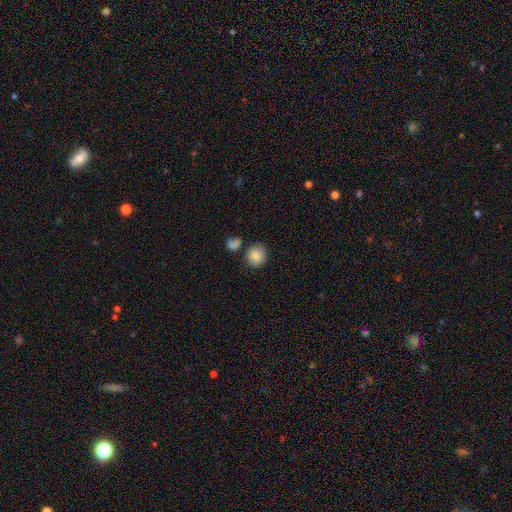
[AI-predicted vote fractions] Overall: smooth (84%). How rounded: round (87%). Merging: none (74%).